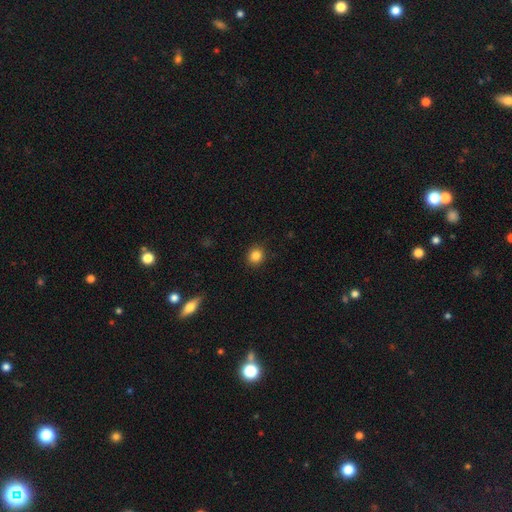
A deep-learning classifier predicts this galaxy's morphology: Smooth or featured? Predicted: smooth (p=0.84). How rounded? Predicted: round (p=0.83). Merging? Predicted: none (p=0.91).